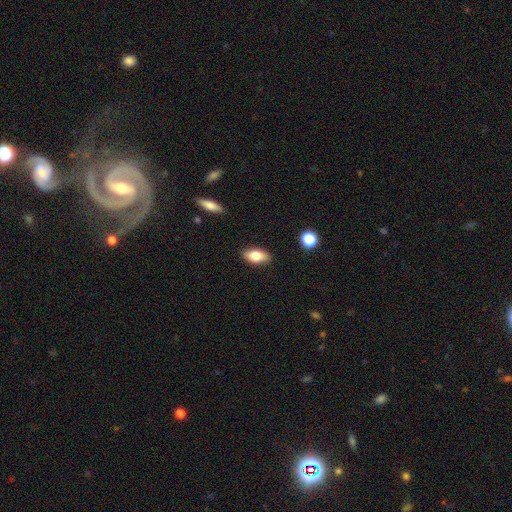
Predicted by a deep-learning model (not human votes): smooth_or_featured: smooth (p=0.77) [alt: featured or disk p=0.16]
how_rounded: in between (p=0.88) [alt: cigar-shaped p=0.08]
merging: none (p=0.87) [alt: minor disturbance p=0.09]